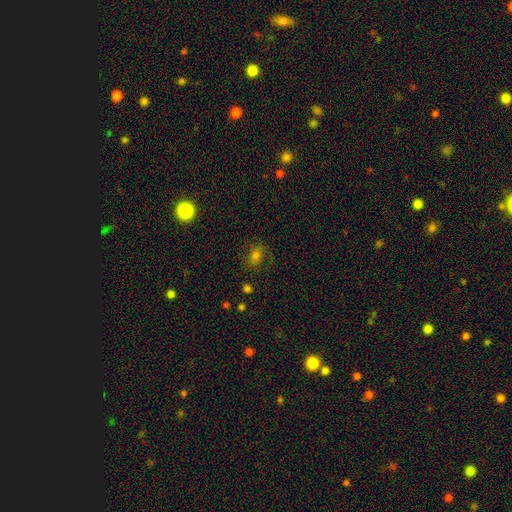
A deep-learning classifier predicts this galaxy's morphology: The model was most divided on "how rounded": in between: 65%, round: 32%, cigar-shaped: 2%. More confident: merging — none (72%); smooth or featured — smooth (65%).